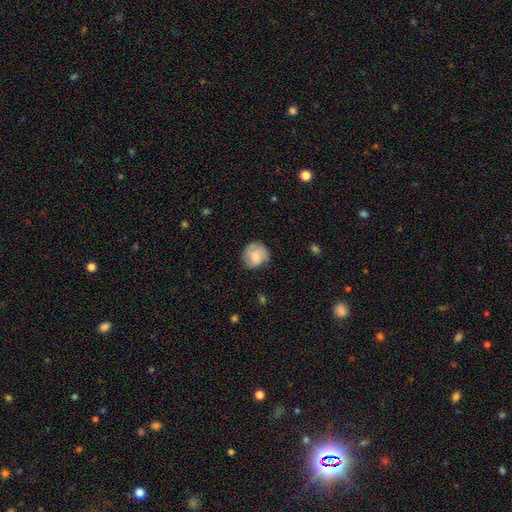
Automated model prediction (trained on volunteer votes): Q: Smooth or featured?
A: smooth (71%); runner-up: featured or disk (23%)
Q: How rounded?
A: round (84%); runner-up: in between (15%)
Q: Merging?
A: none (70%); runner-up: minor disturbance (23%)